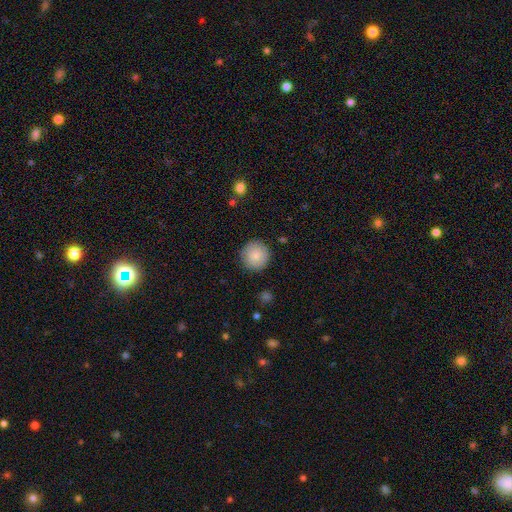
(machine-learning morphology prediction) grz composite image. It shows a smooth galaxy with no disk features (84%) that is round (95%). Merging: none (89%).